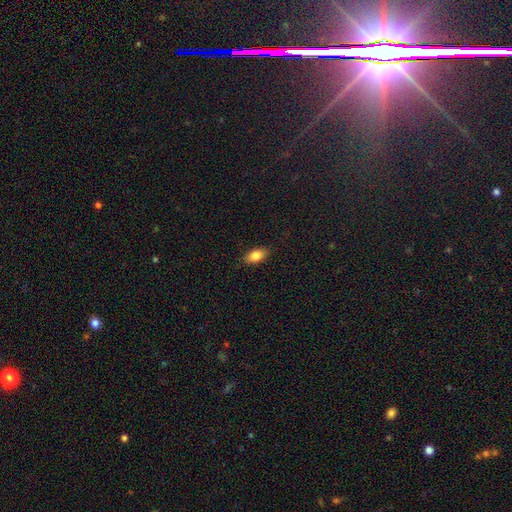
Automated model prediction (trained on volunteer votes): smooth_or_featured: smooth (p=0.84) [alt: featured or disk p=0.08]
how_rounded: in between (p=0.89) [alt: cigar-shaped p=0.06]
merging: none (p=0.87) [alt: minor disturbance p=0.10]